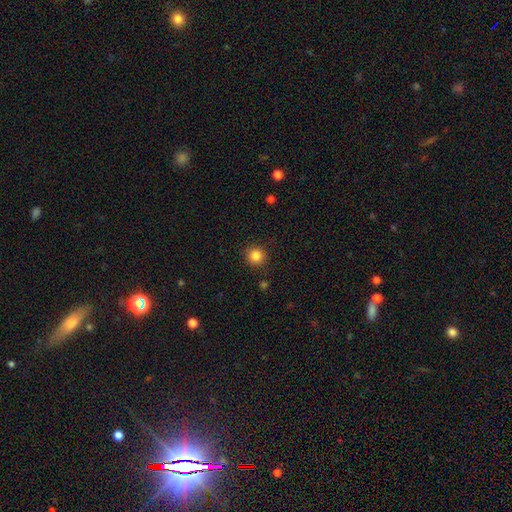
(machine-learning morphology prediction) smooth 85%, star or artifact 11%, featured or disk 4%. Down the decision tree: how rounded — round (94%); merging — none (90%).